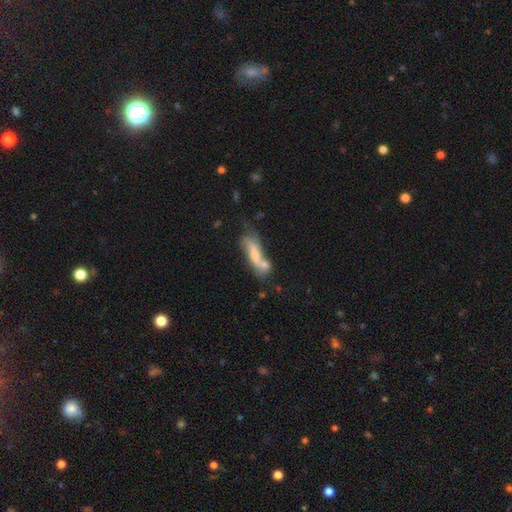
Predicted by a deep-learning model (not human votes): Overall: featured or disk (47%; smooth 45%). Merging: merger (37%; none 33%).